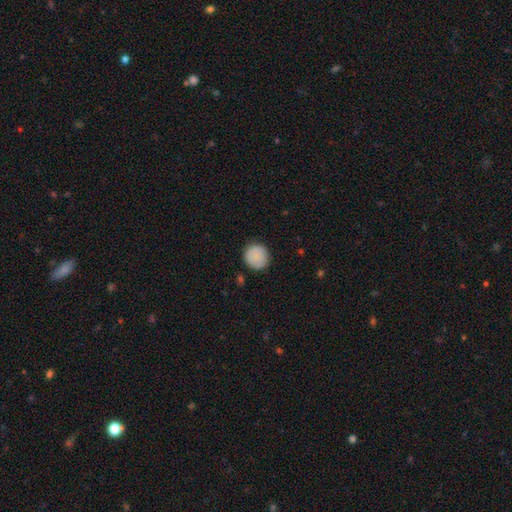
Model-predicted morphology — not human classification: This is clearly a smooth galaxy (85%). How rounded: clearly round (93%). Merging: clearly none (87%).